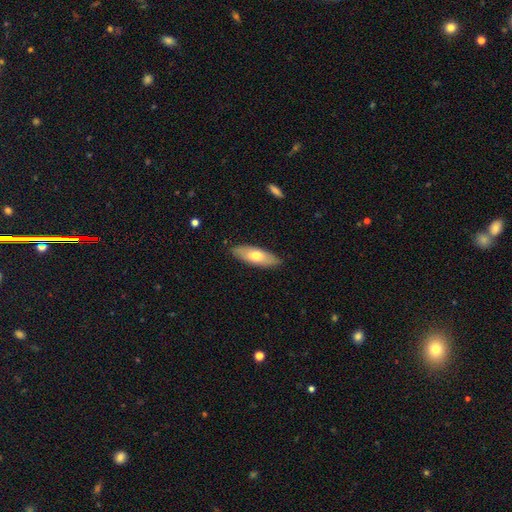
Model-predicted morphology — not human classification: Smooth or featured?
  - smooth: 64% *
  - featured or disk: 30%
  - star or artifact: 6%
How rounded?
  - in between: 66% *
  - cigar-shaped: 31%
  - round: 2%
Merging?
  - none: 86% *
  - minor disturbance: 11%
  - major disturbance: 2%
  - merger: 1%